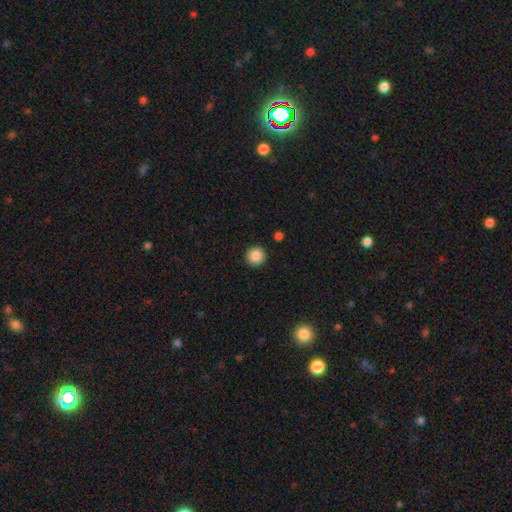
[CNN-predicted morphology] A smooth galaxy with no disk features (88%) that is round (95%). Merging: none (92%).